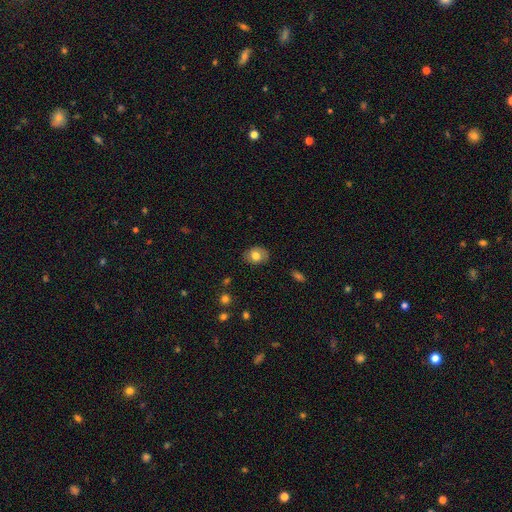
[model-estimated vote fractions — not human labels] Smooth or featured? Predicted: smooth (p=0.76). How rounded? Predicted: in between (p=0.59). Merging? Predicted: none (p=0.81).